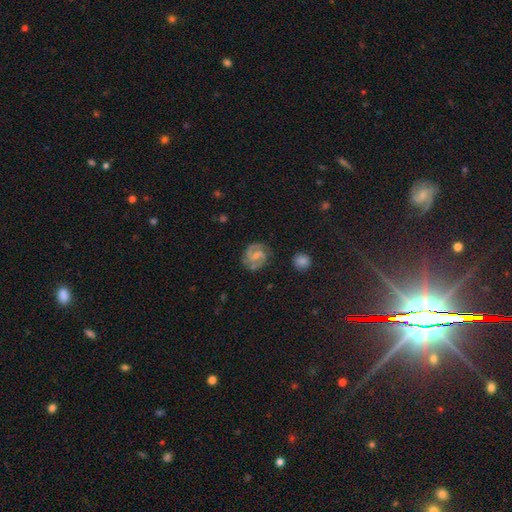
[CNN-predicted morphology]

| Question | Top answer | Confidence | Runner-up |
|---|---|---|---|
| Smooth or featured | featured or disk | 76% | smooth (17%) |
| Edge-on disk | no | 98% | yes (2%) |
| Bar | weak | 54% | no (30%) |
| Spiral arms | yes | 95% | no (5%) |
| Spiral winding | medium | 51% | tight (35%) |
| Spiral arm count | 2 | 82% | can't tell (7%) |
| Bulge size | small | 42% | none (30%) |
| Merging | none | 74% | minor disturbance (17%) |